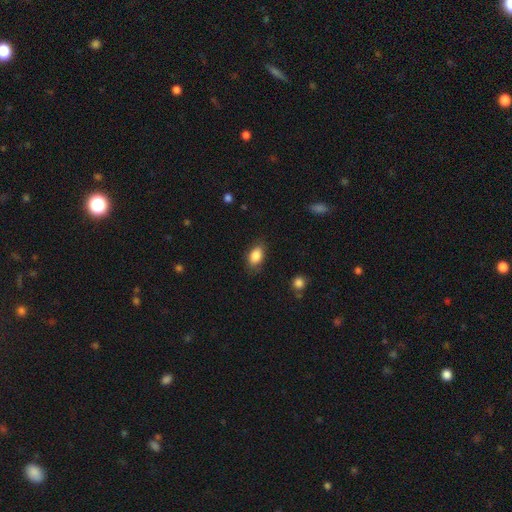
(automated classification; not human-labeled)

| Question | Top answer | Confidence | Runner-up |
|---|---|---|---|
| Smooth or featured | smooth | 86% | star or artifact (8%) |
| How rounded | in between | 89% | round (9%) |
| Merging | none | 80% | minor disturbance (15%) |